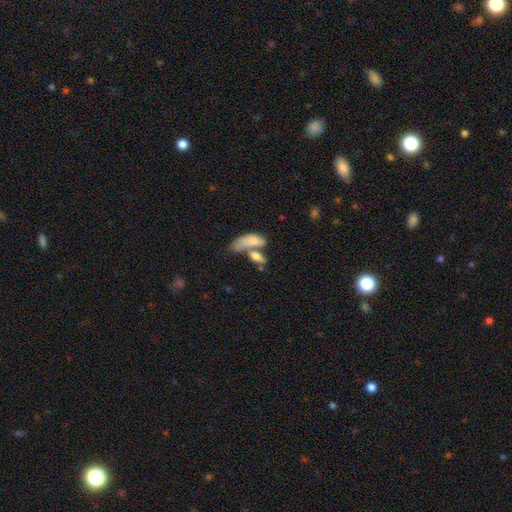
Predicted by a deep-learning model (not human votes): Smooth or featured: smooth — 75% (featured or disk — 17%)
How rounded: in between — 78% (cigar-shaped — 17%)
Merging: merger — 52% (none — 27%)